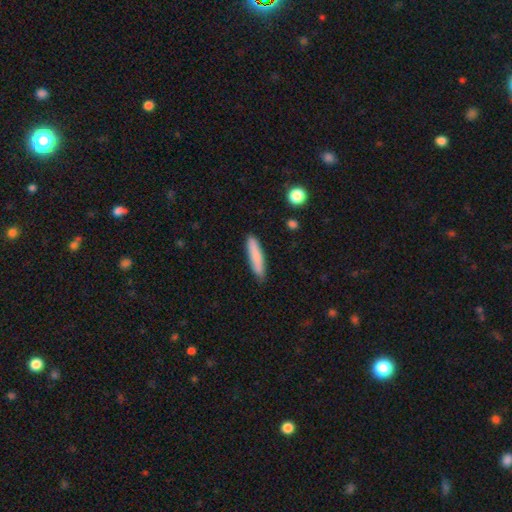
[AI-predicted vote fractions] Smooth or featured? smooth (81%)
How rounded? cigar-shaped (84%)
Merging? none (83%)